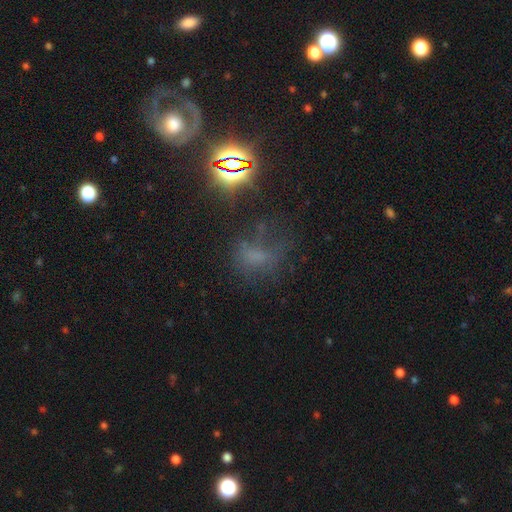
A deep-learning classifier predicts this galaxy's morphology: Smooth or featured? star or artifact (44%)